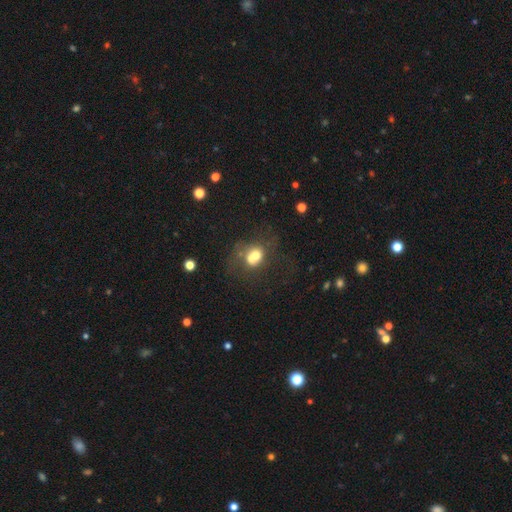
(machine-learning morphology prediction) Smooth or featured? smooth (60%)
How rounded? round (60%)
Merging? merger (55%)